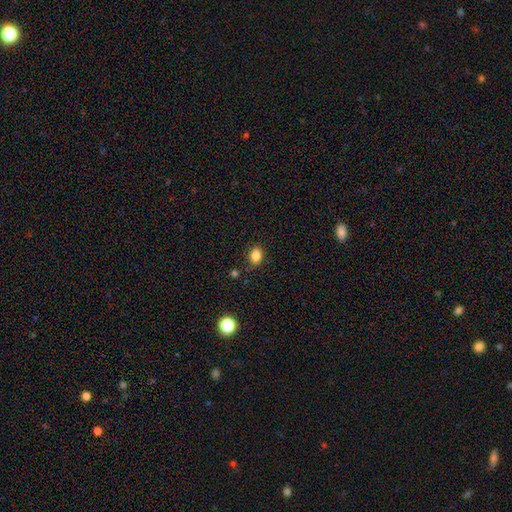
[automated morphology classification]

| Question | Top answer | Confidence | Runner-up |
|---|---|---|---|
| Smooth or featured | smooth | 84% | star or artifact (11%) |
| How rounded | in between | 64% | round (35%) |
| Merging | none | 83% | minor disturbance (12%) |